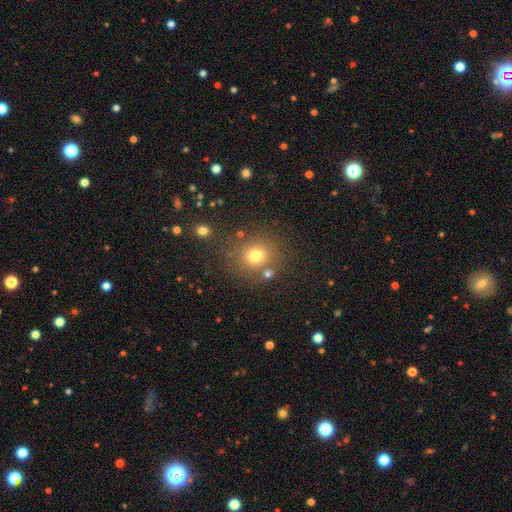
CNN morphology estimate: This appears to be a smooth galaxy with no disk features (73%) that is round (81%). Merging: none (77%).